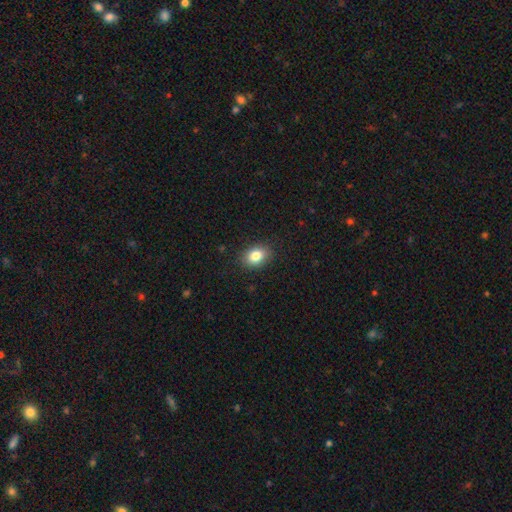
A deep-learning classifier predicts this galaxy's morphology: smooth 82%, star or artifact 9%, featured or disk 8%. Down the decision tree: how rounded — in between (71%); merging — none (88%).